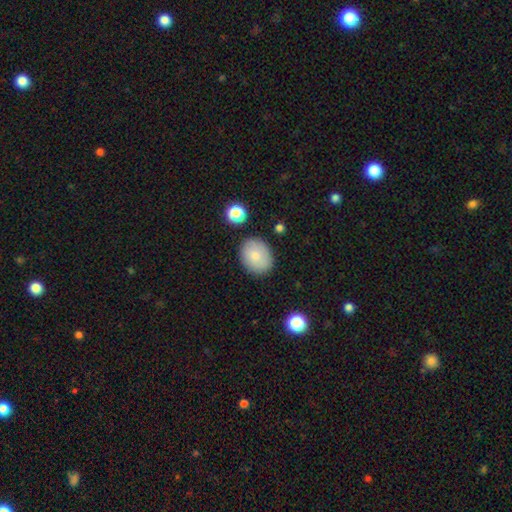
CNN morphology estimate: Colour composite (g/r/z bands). It shows a smooth galaxy with no disk features (79%) that is in between round and cigar-shaped (51%). Merging: none (83%).